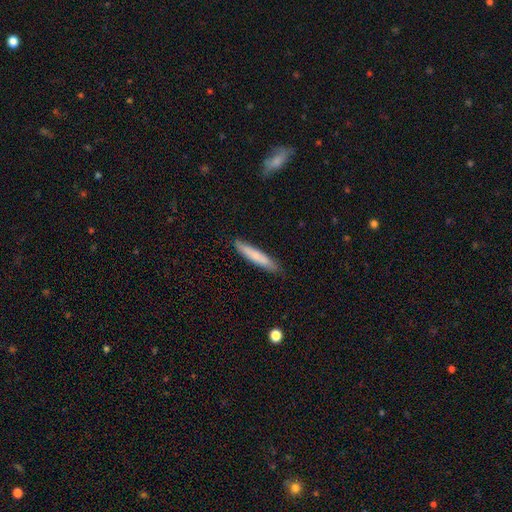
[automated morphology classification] The model was most divided on "smooth or featured": smooth: 72%, featured or disk: 22%, star or artifact: 6%. More confident: how rounded — cigar-shaped (91%); merging — none (86%).